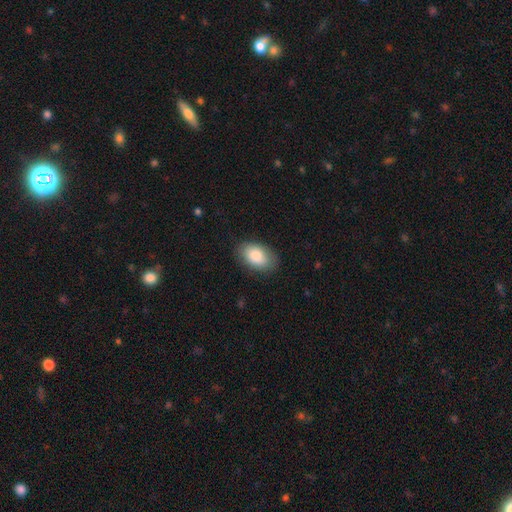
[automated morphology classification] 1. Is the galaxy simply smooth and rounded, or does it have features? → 84% smooth, 10% featured or disk, 6% star or artifact.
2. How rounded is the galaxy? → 91% in between, 7% round, 1% cigar-shaped.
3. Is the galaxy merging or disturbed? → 84% none, 12% minor disturbance, 3% major disturbance, 1% merger.